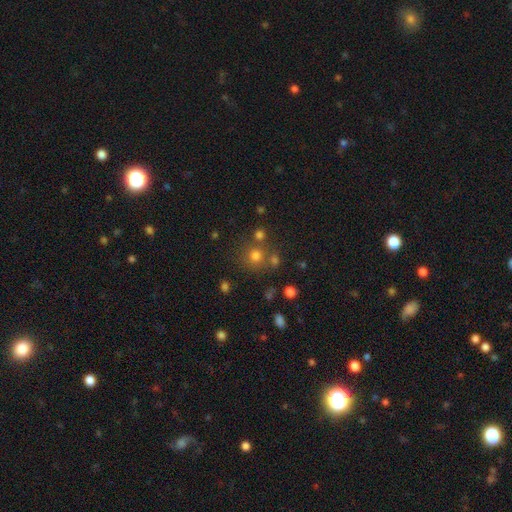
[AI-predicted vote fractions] A smooth galaxy with no disk features (73%) that is round (91%). Merging: none (71%).